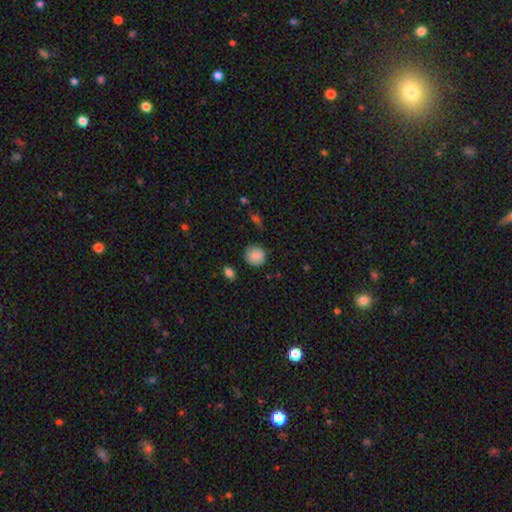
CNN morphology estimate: A smooth galaxy with no disk features (87%) that is round (89%). Merging: none (82%).